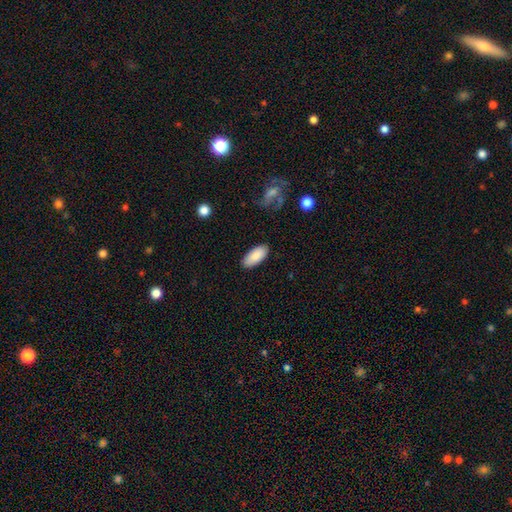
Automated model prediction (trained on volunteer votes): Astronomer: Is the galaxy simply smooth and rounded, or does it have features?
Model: smooth — 87%.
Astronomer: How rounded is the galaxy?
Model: in between — 90%.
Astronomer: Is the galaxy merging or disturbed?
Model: none — 86%.